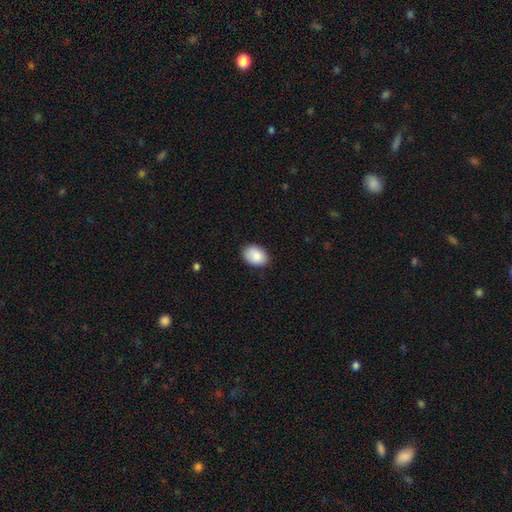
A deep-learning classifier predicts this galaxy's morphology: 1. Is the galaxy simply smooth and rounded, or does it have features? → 89% smooth, 7% star or artifact, 5% featured or disk.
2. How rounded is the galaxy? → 82% in between, 17% round, 1% cigar-shaped.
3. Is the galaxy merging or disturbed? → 84% none, 13% minor disturbance, 2% major disturbance, 1% merger.